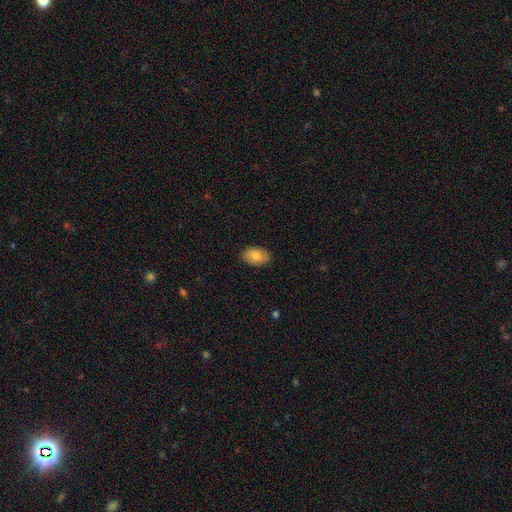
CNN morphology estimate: A smooth galaxy with no disk features (83%) that is in between round and cigar-shaped (89%). Merging: none (88%).